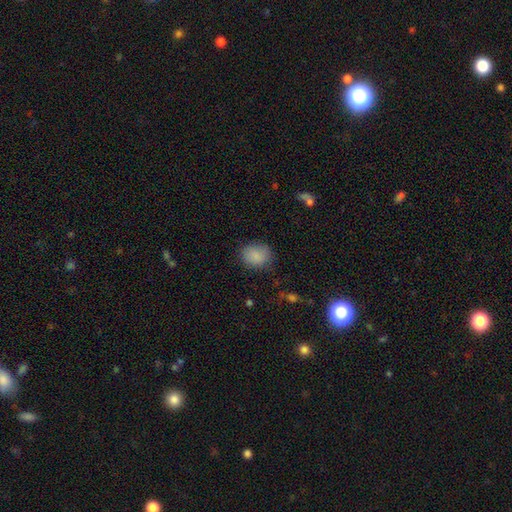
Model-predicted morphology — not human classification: smooth 86%, star or artifact 9%, featured or disk 6%. Down the decision tree: how rounded — round (58%); merging — none (79%).